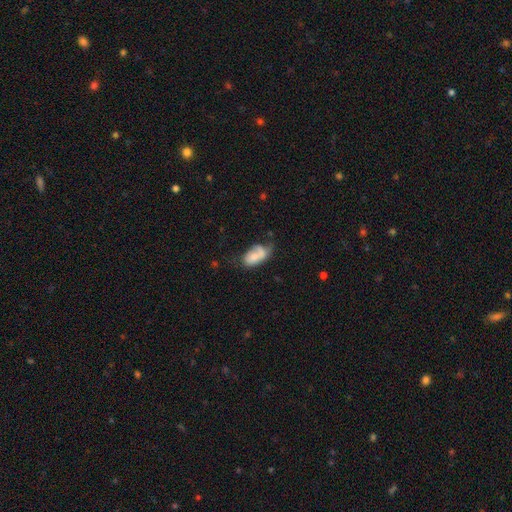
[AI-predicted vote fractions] This appears to be a smooth galaxy with no disk features (66%) that is in between round and cigar-shaped (91%). Merging: none (34%).